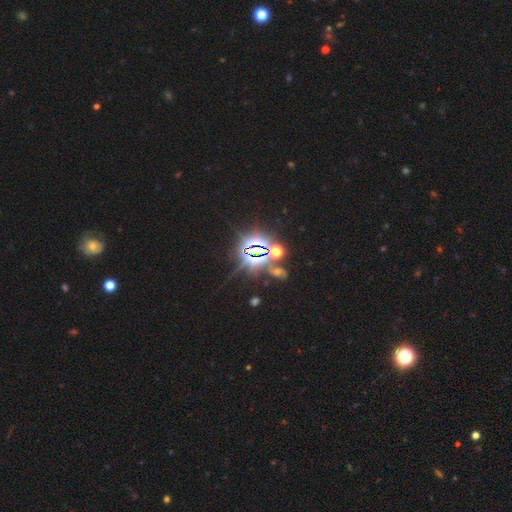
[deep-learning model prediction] smooth_or_featured: star or artifact (p=0.82) [alt: smooth p=0.10]